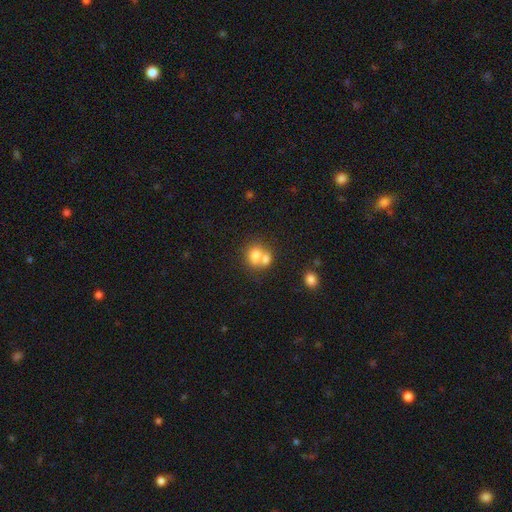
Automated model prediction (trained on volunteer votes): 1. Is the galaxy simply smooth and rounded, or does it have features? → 73% smooth, 17% featured or disk, 10% star or artifact.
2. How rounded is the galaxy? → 61% round, 38% in between, 1% cigar-shaped.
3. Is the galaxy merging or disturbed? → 61% merger, 28% none, 7% minor disturbance, 4% major disturbance.